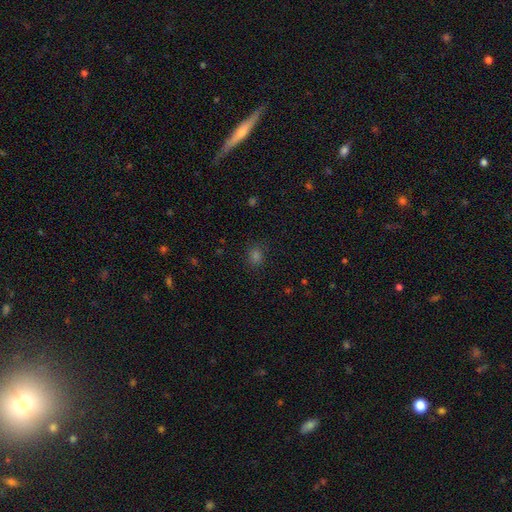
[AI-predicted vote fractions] Smooth or featured?
  - smooth: 70% *
  - star or artifact: 25%
  - featured or disk: 5%
How rounded?
  - round: 80% *
  - in between: 19%
  - cigar-shaped: 1%
Merging?
  - none: 86% *
  - minor disturbance: 9%
  - major disturbance: 3%
  - merger: 1%